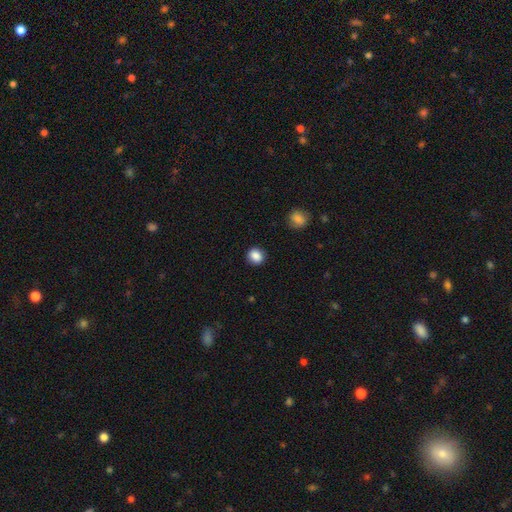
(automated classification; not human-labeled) smooth 87%, star or artifact 9%, featured or disk 4%. Down the decision tree: how rounded — round (75%); merging — none (88%).